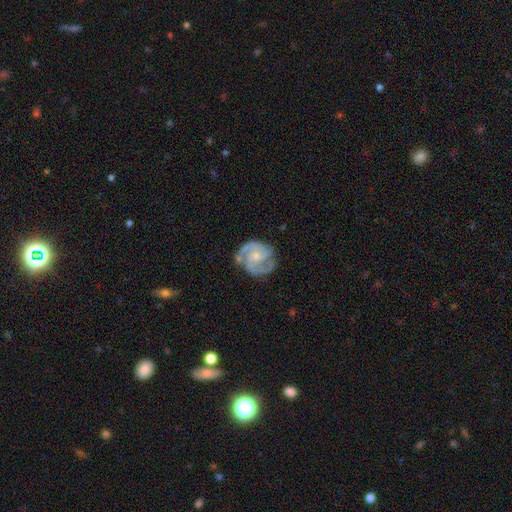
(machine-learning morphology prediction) smooth_or_featured: featured or disk (p=0.87) [alt: smooth p=0.09]
disk_edge_on: no (p=0.98) [alt: yes p=0.02]
bar: no (p=0.65) [alt: weak p=0.29]
has_spiral_arms: yes (p=0.97) [alt: no p=0.03]
spiral_winding: medium (p=0.46) [alt: tight p=0.45]
spiral_arm_count: 2 (p=0.46) [alt: 3 p=0.37]
bulge_size: small (p=0.50) [alt: moderate p=0.41]
merging: none (p=0.69) [alt: minor disturbance p=0.21]